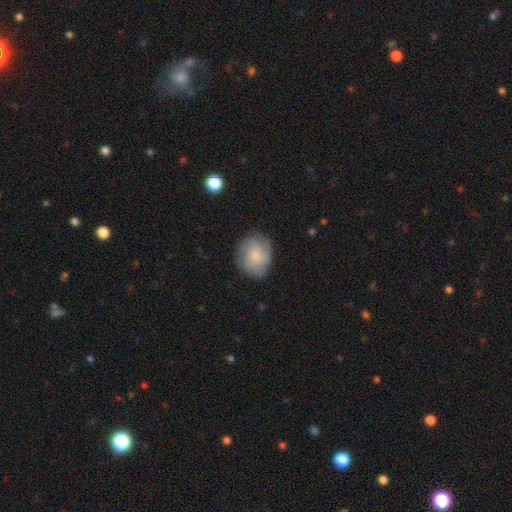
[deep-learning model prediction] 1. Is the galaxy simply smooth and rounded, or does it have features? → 50% smooth, 43% featured or disk, 8% star or artifact.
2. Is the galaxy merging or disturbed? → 74% none, 19% minor disturbance, 6% major disturbance, 1% merger.